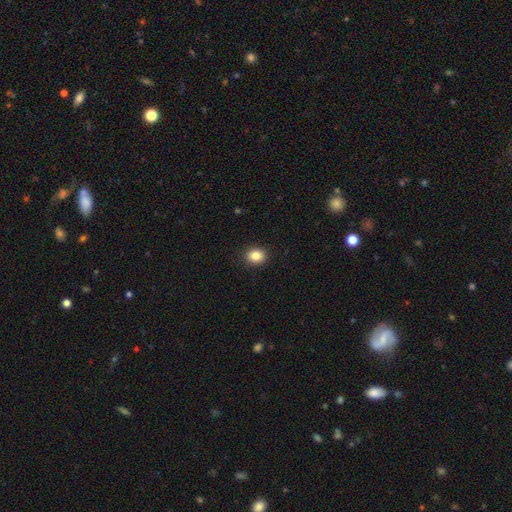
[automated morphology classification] Smooth or featured: smooth — 85% (star or artifact — 10%)
How rounded: round — 58% (in between — 41%)
Merging: none — 91% (minor disturbance — 7%)